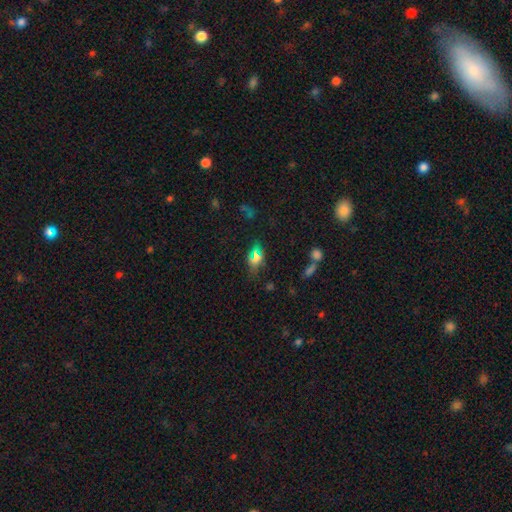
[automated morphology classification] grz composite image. It shows a smooth galaxy with no disk features (56%) that is in between round and cigar-shaped (78%). Merging: none (70%).